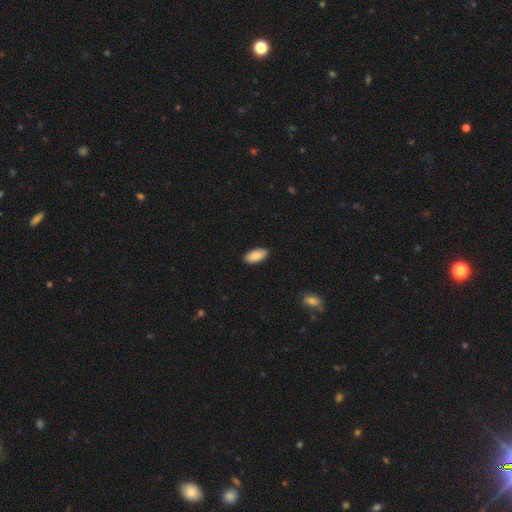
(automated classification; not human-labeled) This is clearly a smooth galaxy (89%). How rounded: clearly in between (93%). Merging: clearly none (90%).